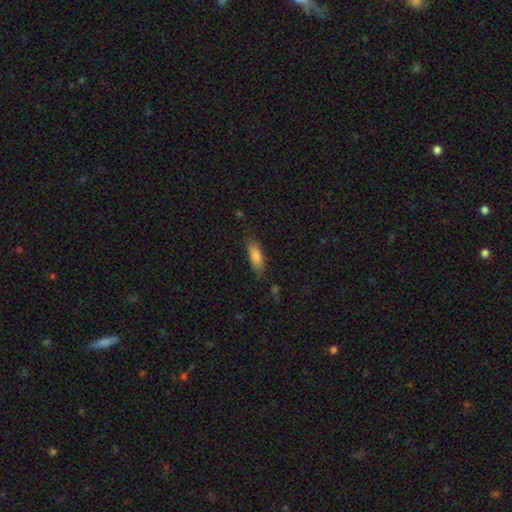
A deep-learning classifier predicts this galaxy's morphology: A smooth galaxy with no disk features (83%) that is in between round and cigar-shaped (66%). Merging: none (74%).